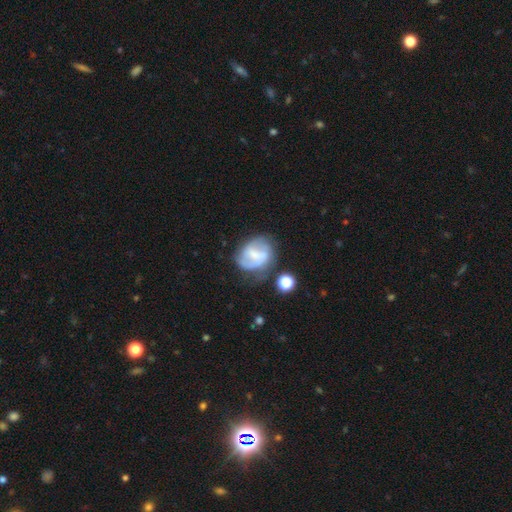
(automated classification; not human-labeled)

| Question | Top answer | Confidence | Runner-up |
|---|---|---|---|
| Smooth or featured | featured or disk | 57% | smooth (34%) |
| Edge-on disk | no | 97% | yes (3%) |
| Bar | weak | 42% | strong (31%) |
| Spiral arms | yes | 67% | no (33%) |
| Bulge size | none | 40% | small (28%) |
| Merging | none | 47% | minor disturbance (27%) |